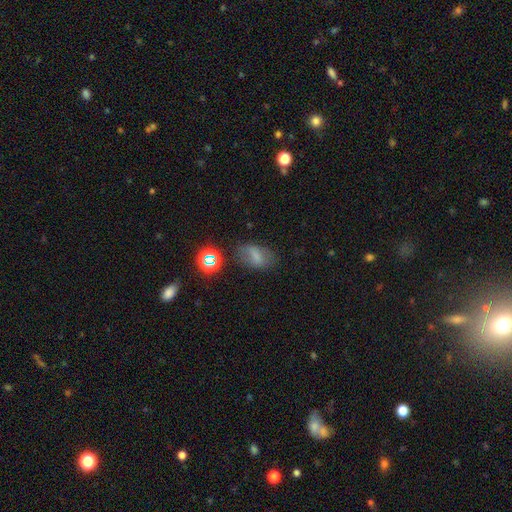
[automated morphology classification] This appears to be a smooth galaxy with no disk features (63%) that is in between round and cigar-shaped (82%). Merging: none (67%).